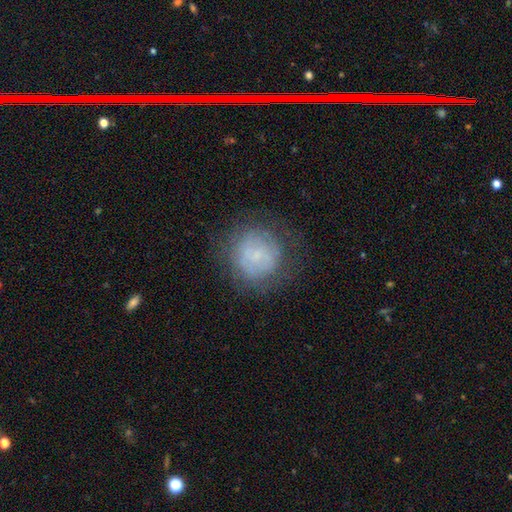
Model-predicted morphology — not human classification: A smooth galaxy with no disk features (54%) that is round (91%). Merging: none (72%).